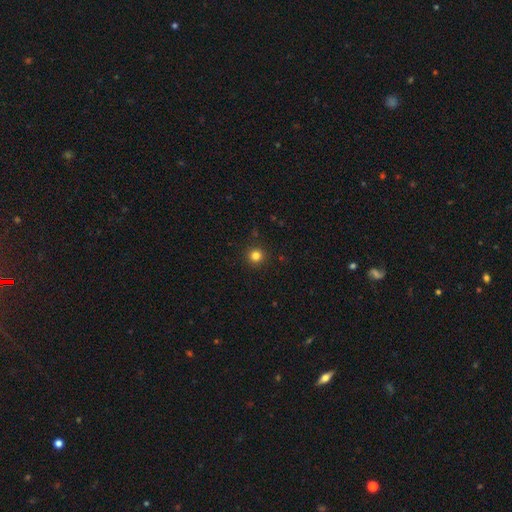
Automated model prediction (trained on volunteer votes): Smooth or featured? smooth (82%)
How rounded? round (95%)
Merging? none (92%)